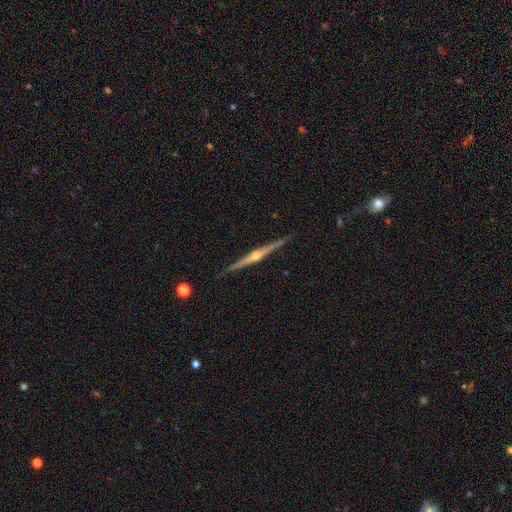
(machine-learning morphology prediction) The model was most divided on "smooth or featured": featured or disk: 88%, smooth: 7%, star or artifact: 5%. More confident: edge-on disk — yes (99%); edge-on bulge — rounded (93%); merging — none (91%).